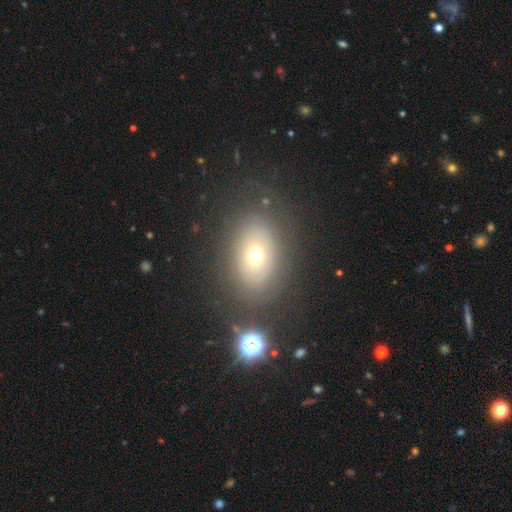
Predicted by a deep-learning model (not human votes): Smooth or featured? Predicted: smooth (p=0.49). Merging? Predicted: none (p=0.77).